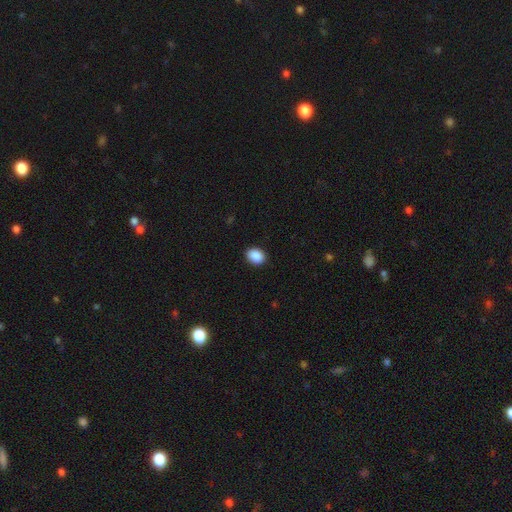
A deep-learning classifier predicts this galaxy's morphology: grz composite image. It shows a smooth galaxy with no disk features (89%) that is in between round and cigar-shaped (64%). Merging: none (89%).